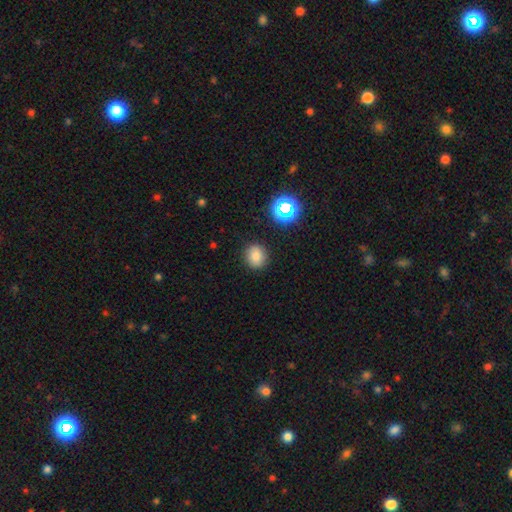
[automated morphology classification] Overall: smooth (79%). How rounded: round (71%). Merging: none (86%).